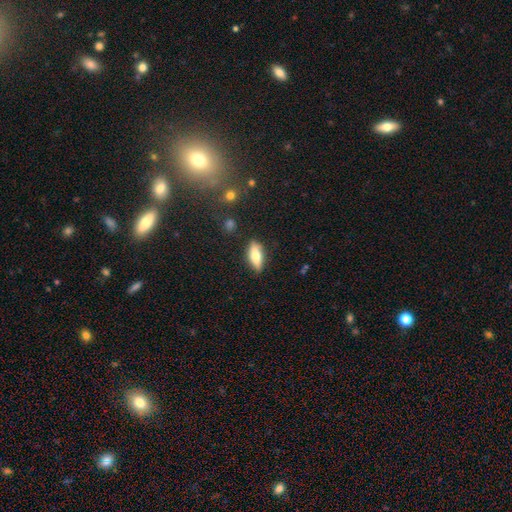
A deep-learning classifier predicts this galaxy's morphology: This is likely a smooth galaxy (65%). How rounded: likely in between (63%). Merging: clearly none (83%).